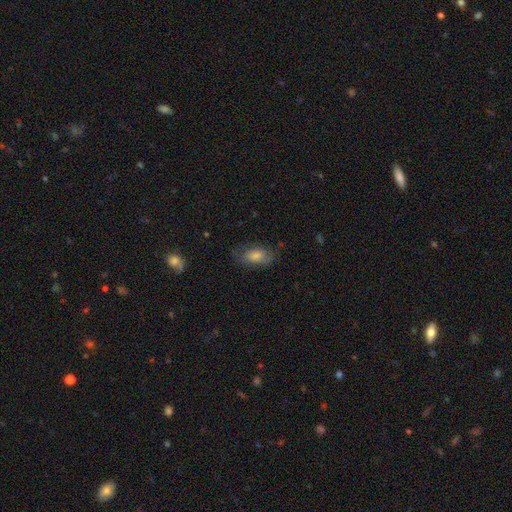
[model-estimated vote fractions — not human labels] Smooth or featured? smooth (51%)
How rounded? in between (87%)
Merging? none (71%)